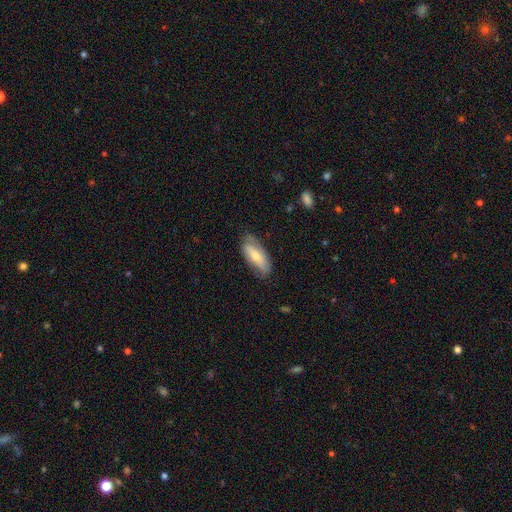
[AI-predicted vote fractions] smooth-or-featured: smooth: 54% | featured or disk: 40% | star or artifact: 6%
  how-rounded: in between: 81% | cigar-shaped: 16% | round: 3%
  merging: none: 69% | minor disturbance: 23% | major disturbance: 7% | merger: 1%